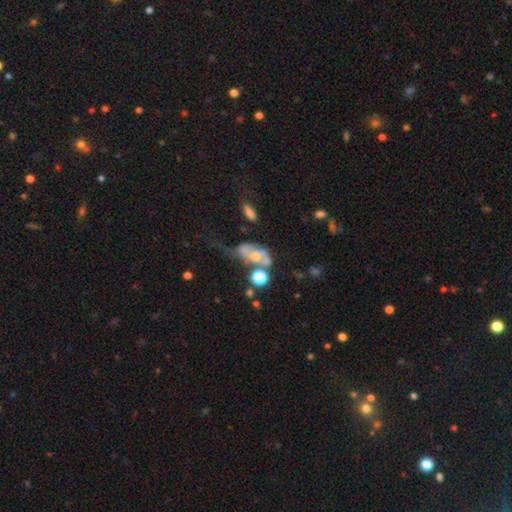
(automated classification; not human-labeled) Q: Smooth or featured?
A: featured or disk (47%); runner-up: smooth (41%)
Q: Merging?
A: major disturbance (38%); runner-up: merger (24%)